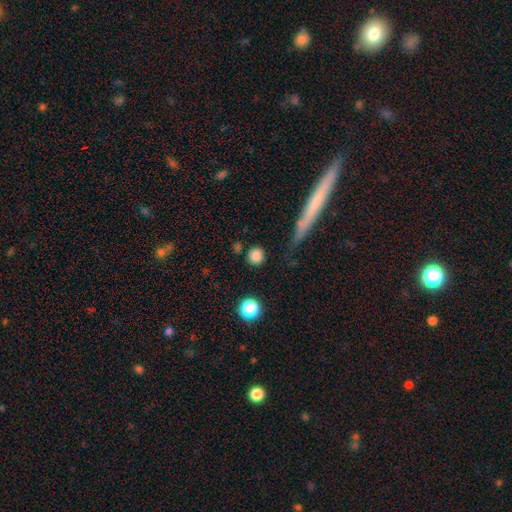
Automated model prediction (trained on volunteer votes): smooth-or-featured: smooth: 84% | star or artifact: 11% | featured or disk: 5%
  how-rounded: round: 93% | in between: 5% | cigar-shaped: 2%
  merging: none: 85% | minor disturbance: 8% | merger: 4% | major disturbance: 3%